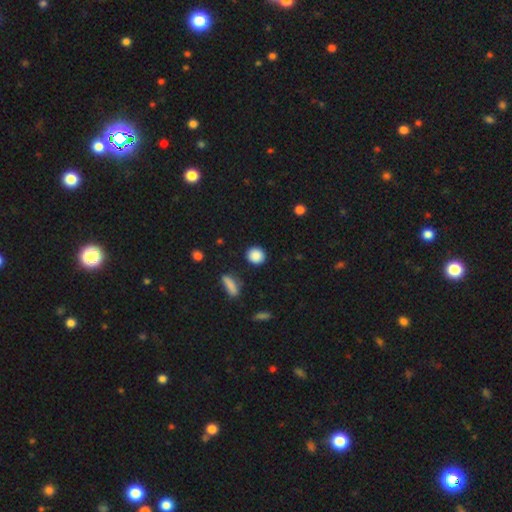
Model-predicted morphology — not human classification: Smooth or featured? Predicted: smooth (p=0.88). How rounded? Predicted: round (p=0.86). Merging? Predicted: none (p=0.90).